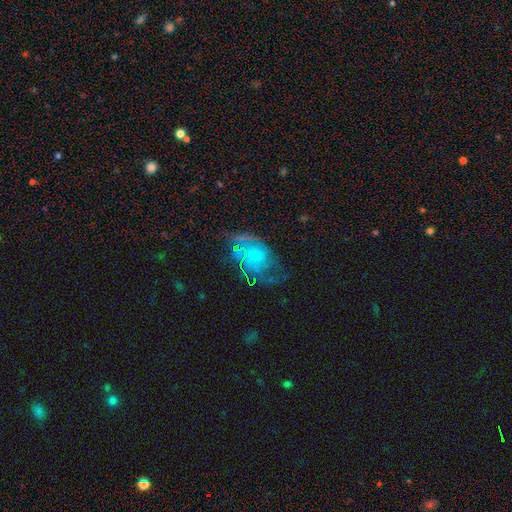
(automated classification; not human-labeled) featured or disk 71%, smooth 19%, star or artifact 10%. Down the decision tree: edge-on disk — no (97%); bar — no (60%); spiral arms — yes (83%); spiral arm count — 2 (53%); spiral winding — medium (47%); bulge size — small (57%); merging — none (49%).